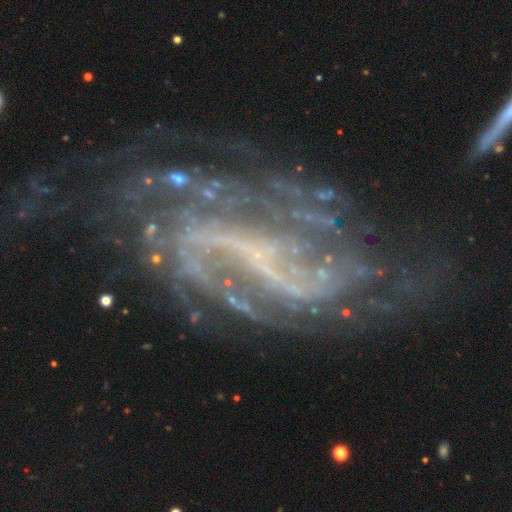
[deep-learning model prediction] A featured or disk galaxy (84%) with a strong bar (39%), medium (40%) spiral arms (89%) and no central bulge (63%). Merging: none (45%).